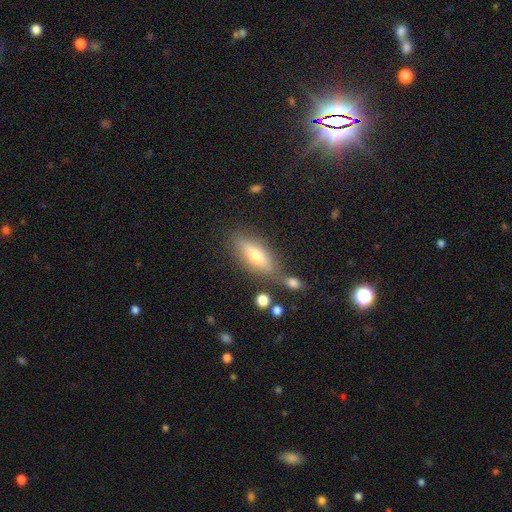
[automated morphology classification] Q: Smooth or featured?
A: smooth (58%); runner-up: featured or disk (34%)
Q: How rounded?
A: in between (59%); runner-up: cigar-shaped (38%)
Q: Merging?
A: none (68%); runner-up: minor disturbance (15%)